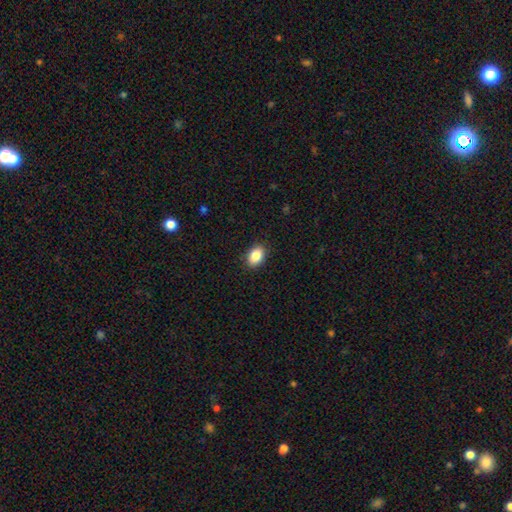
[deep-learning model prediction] Q: Smooth or featured?
A: smooth (87%); runner-up: star or artifact (8%)
Q: How rounded?
A: in between (83%); runner-up: round (16%)
Q: Merging?
A: none (90%); runner-up: minor disturbance (8%)